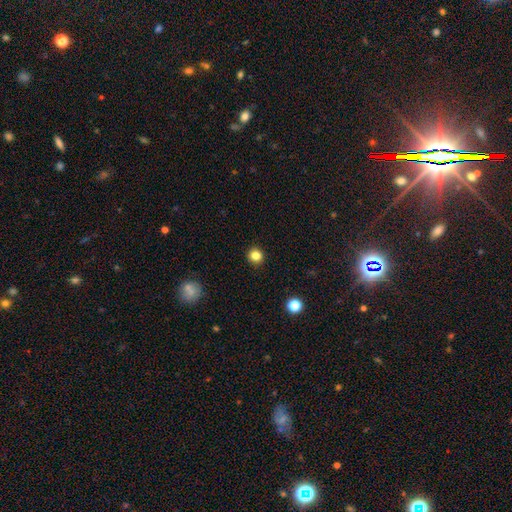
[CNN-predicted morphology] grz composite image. It shows a smooth galaxy with no disk features (83%) that is round (92%). Merging: none (92%).